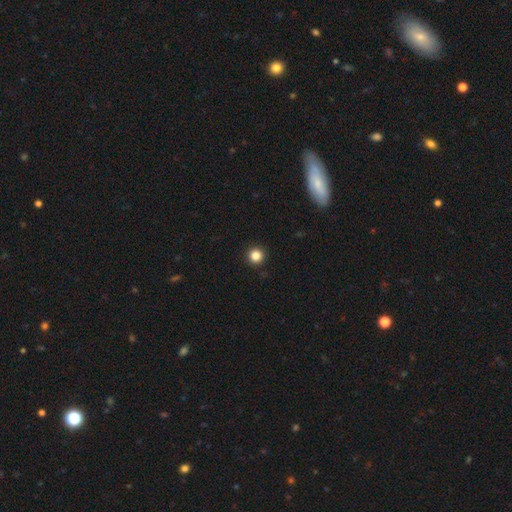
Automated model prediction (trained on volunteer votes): Overall: smooth (85%). How rounded: round (96%). Merging: none (94%).